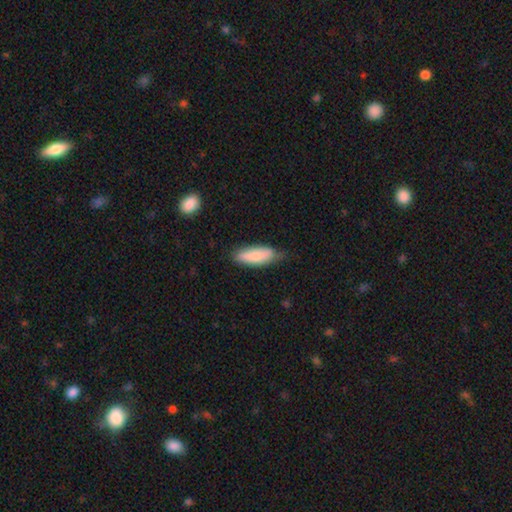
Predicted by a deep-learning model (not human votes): The model was most divided on "how rounded": in between: 59%, cigar-shaped: 39%, round: 2%. More confident: smooth or featured — smooth (82%); merging — none (66%).